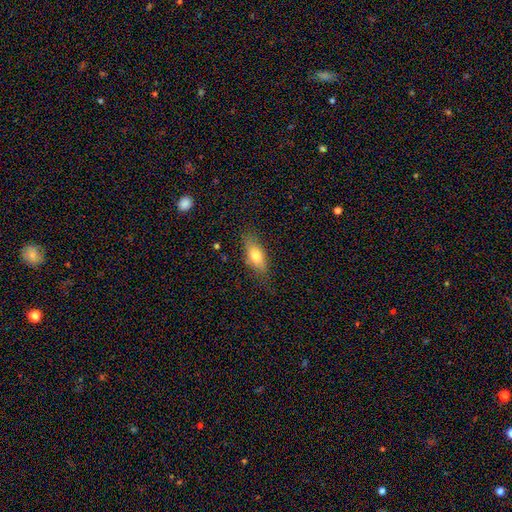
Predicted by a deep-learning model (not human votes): The model was most divided on "smooth or featured": smooth: 72%, featured or disk: 21%, star or artifact: 8%. More confident: merging — none (79%); how rounded — in between (75%).